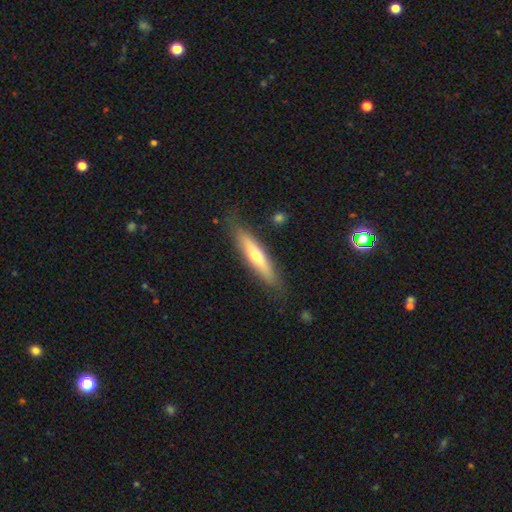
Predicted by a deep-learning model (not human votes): This is possibly a smooth galaxy (50%). Merging: clearly none (84%).